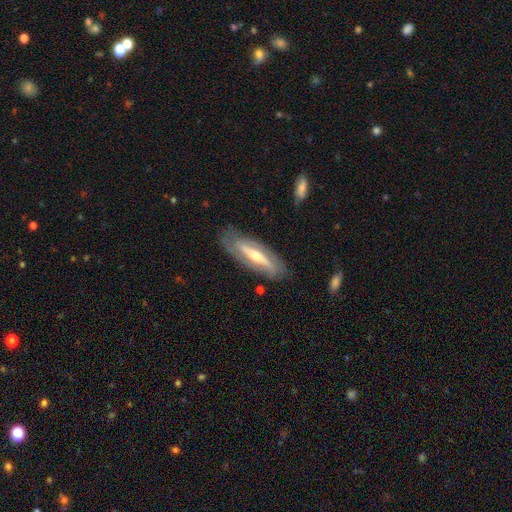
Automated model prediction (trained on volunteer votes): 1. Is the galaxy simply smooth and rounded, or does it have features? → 75% featured or disk, 19% smooth, 6% star or artifact.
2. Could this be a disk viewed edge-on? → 70% no, 30% yes.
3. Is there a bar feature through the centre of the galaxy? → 49% strong, 28% weak, 23% no.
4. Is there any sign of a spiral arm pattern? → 74% yes, 26% no.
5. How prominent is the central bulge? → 61% moderate, 33% small, 4% large, 1% none, 1% dominant.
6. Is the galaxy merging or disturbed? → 80% none, 14% minor disturbance, 4% major disturbance, 2% merger.